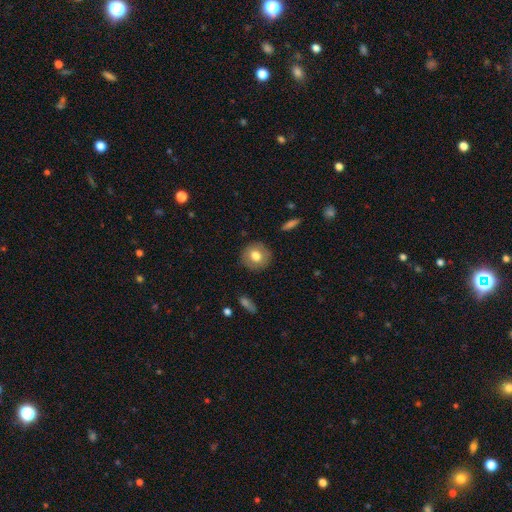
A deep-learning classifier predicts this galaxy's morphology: A smooth galaxy with no disk features (73%) that is round (89%). Merging: none (88%).